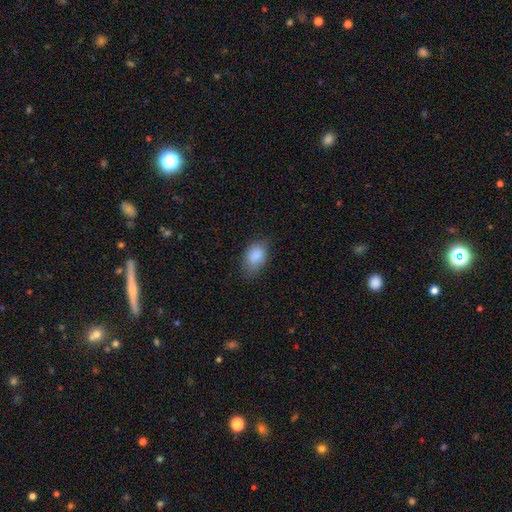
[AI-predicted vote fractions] Smooth or featured? smooth (87%)
How rounded? in between (87%)
Merging? none (72%)